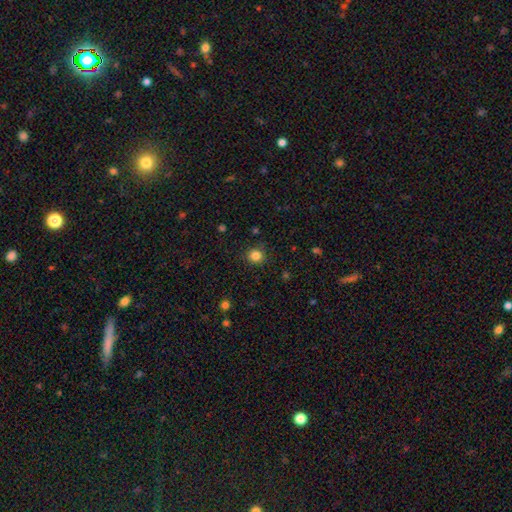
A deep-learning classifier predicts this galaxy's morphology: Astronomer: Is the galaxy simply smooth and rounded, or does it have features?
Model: smooth — 84%.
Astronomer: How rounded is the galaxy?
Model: round — 90%.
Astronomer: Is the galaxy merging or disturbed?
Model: none — 88%.